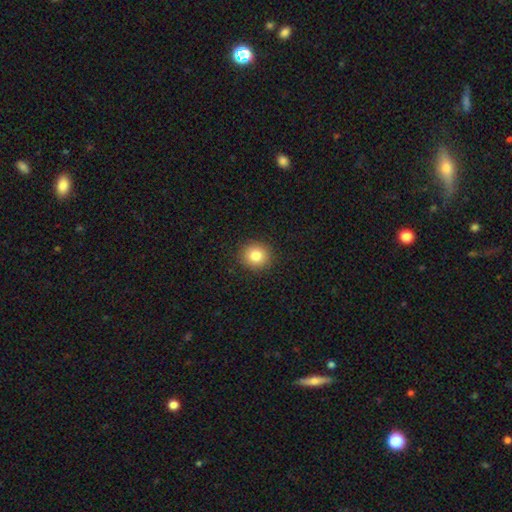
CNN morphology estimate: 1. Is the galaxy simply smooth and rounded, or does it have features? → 84% smooth, 10% star or artifact, 6% featured or disk.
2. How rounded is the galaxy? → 87% round, 12% in between, 1% cigar-shaped.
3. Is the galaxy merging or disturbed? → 91% none, 6% minor disturbance, 2% major disturbance, 1% merger.